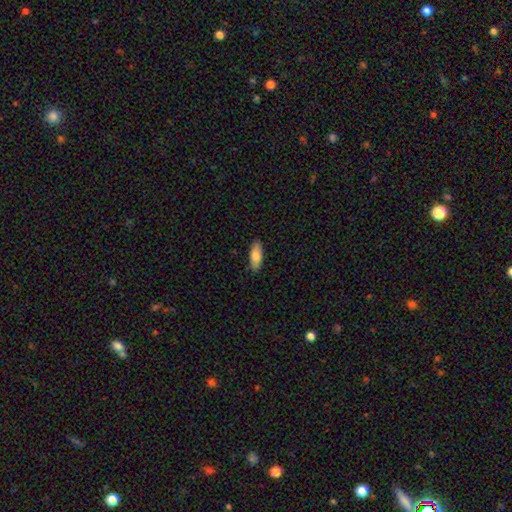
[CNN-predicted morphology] This appears to be a smooth galaxy with no disk features (80%) that is in between round and cigar-shaped (70%). Merging: none (85%).